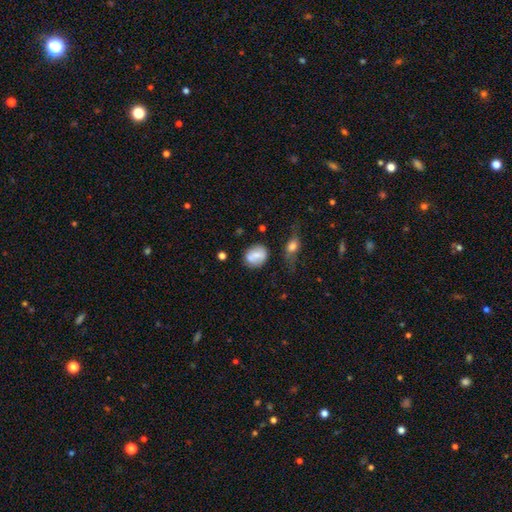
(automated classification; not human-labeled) A smooth galaxy with no disk features (69%) that is round (52%).

Vote fractions:
- Smooth or featured? smooth: 69% / featured or disk: 23% / star or artifact: 8%
- How rounded? round: 52% / in between: 46% / cigar-shaped: 2%
- Merging? none: 62% / minor disturbance: 21% / merger: 11% / major disturbance: 6%